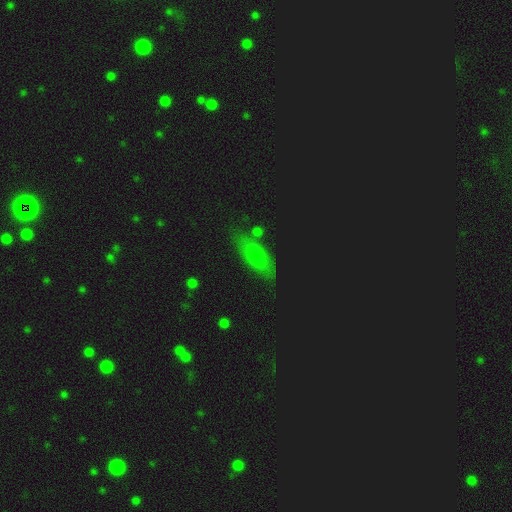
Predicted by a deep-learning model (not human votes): A smooth galaxy with no disk features (59%) that is in between round and cigar-shaped (76%). Merging: none (74%).